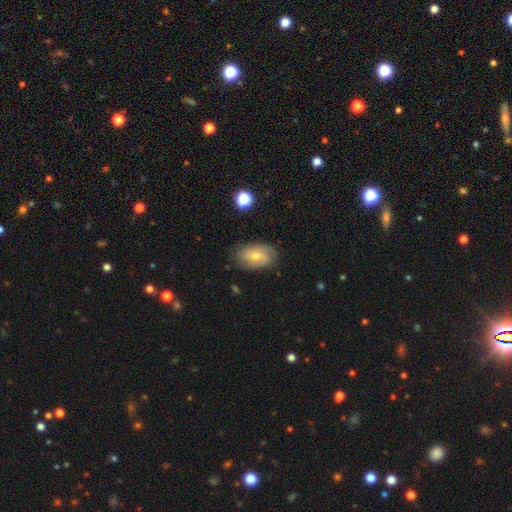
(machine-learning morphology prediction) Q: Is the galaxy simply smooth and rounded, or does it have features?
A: featured or disk — 53%.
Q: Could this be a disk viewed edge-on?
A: no — 94%.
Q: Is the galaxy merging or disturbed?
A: none — 78%.